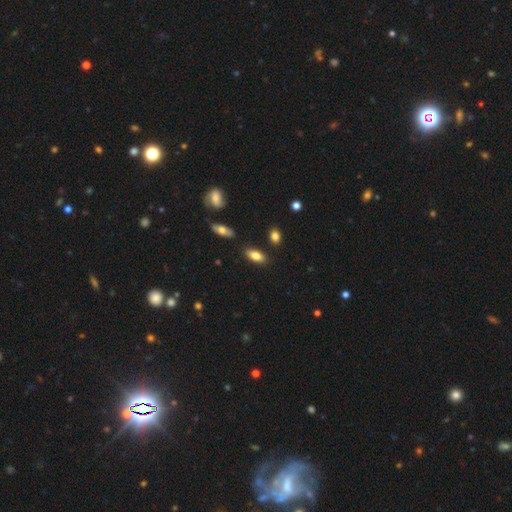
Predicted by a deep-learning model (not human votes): Smooth or featured?
  - smooth: 80% *
  - featured or disk: 13%
  - star or artifact: 7%
How rounded?
  - in between: 86% *
  - cigar-shaped: 11%
  - round: 3%
Merging?
  - none: 83% *
  - minor disturbance: 11%
  - merger: 3%
  - major disturbance: 3%